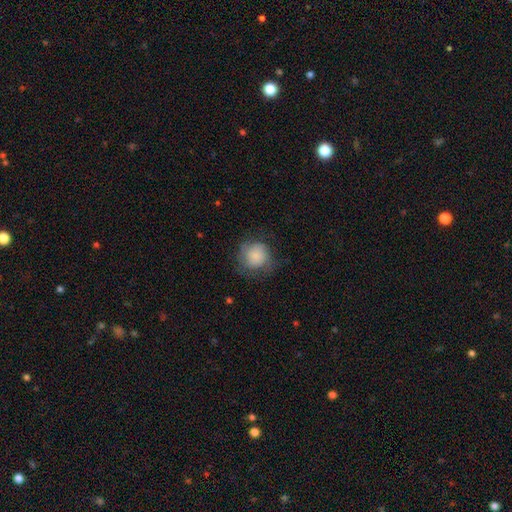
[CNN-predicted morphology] Smooth or featured: smooth — 75% (featured or disk — 17%)
How rounded: round — 88% (in between — 11%)
Merging: none — 60% (minor disturbance — 25%)